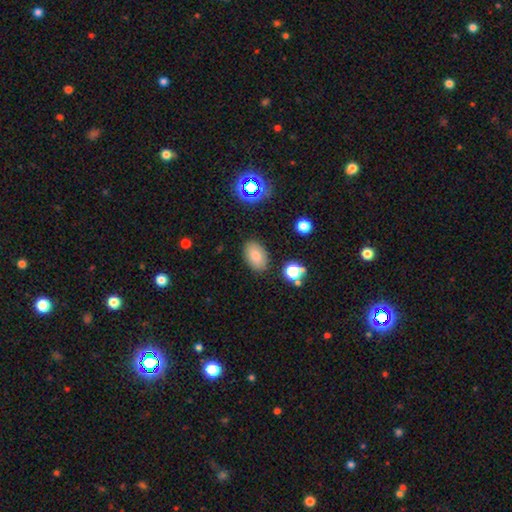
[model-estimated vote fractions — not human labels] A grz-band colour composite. It shows a smooth galaxy with no disk features (80%) that is in between round and cigar-shaped (88%). Merging: none (85%).